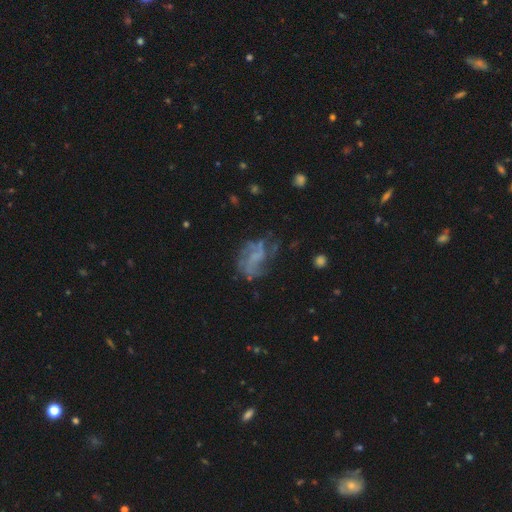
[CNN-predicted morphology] A featured or disk galaxy (68%) with no bar (59%), 2 (36%) loose (44%) spiral arms (76%) and no central bulge (67%). Merging: none (50%).